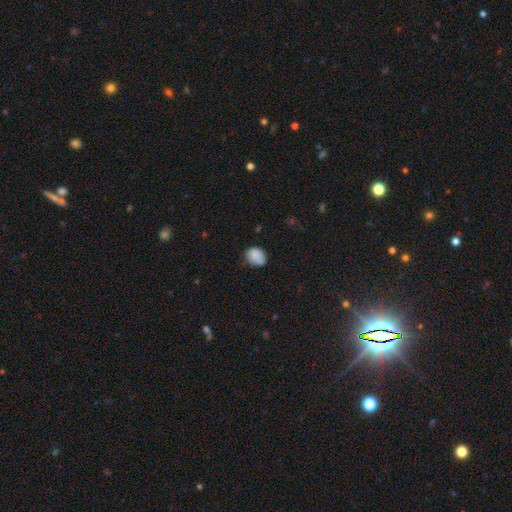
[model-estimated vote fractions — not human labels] smooth_or_featured: smooth (p=0.85) [alt: star or artifact p=0.09]
how_rounded: round (p=0.51) [alt: in between p=0.48]
merging: none (p=0.64) [alt: minor disturbance p=0.28]